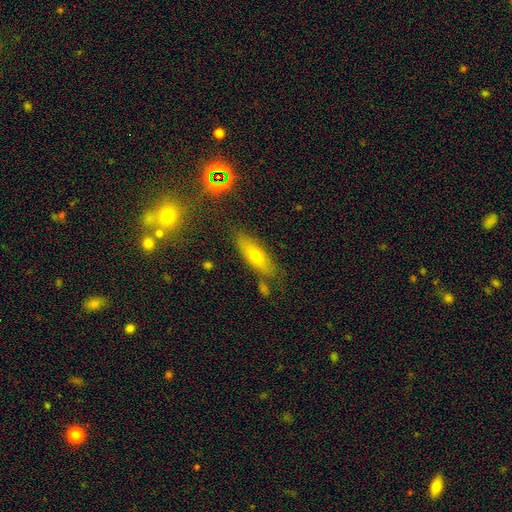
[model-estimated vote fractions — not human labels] This is possibly a smooth galaxy (58%). How rounded: possibly in between (51%). Merging: likely none (76%).